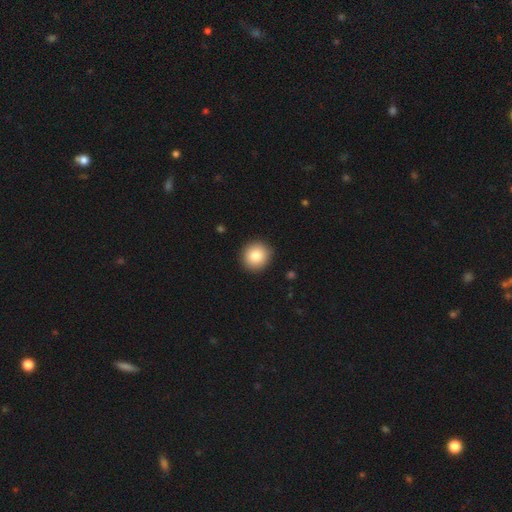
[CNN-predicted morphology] smooth 84%, star or artifact 9%, featured or disk 8%. Down the decision tree: how rounded — round (92%); merging — none (92%).